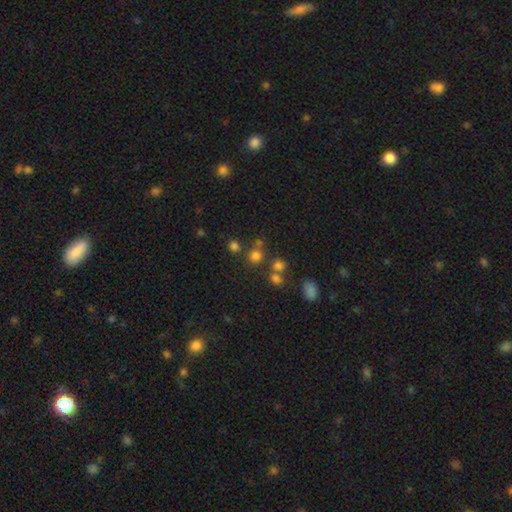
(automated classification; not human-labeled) Smooth or featured? Predicted: smooth (p=0.71). How rounded? Predicted: round (p=0.86). Merging? Predicted: none (p=0.68).